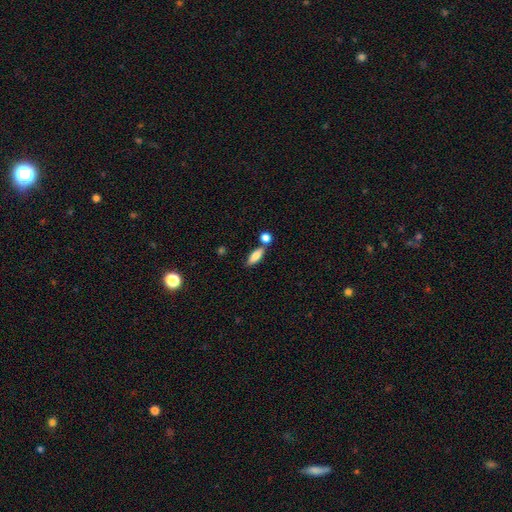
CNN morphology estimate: This appears to be a smooth galaxy with no disk features (80%) that is in between round and cigar-shaped (68%). Merging: none (64%).